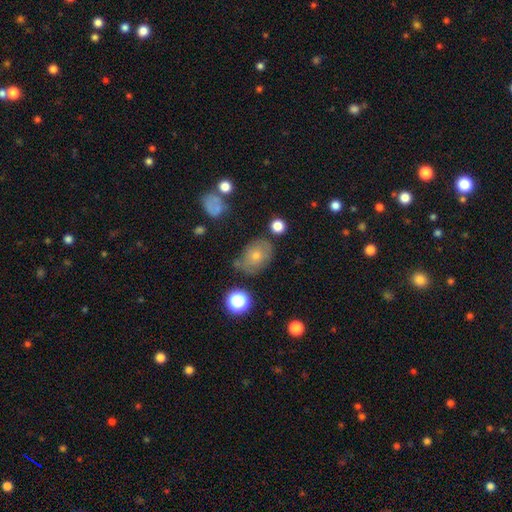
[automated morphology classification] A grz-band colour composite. It shows a smooth galaxy with no disk features (56%) that is in between round and cigar-shaped (66%). Merging: none (55%).